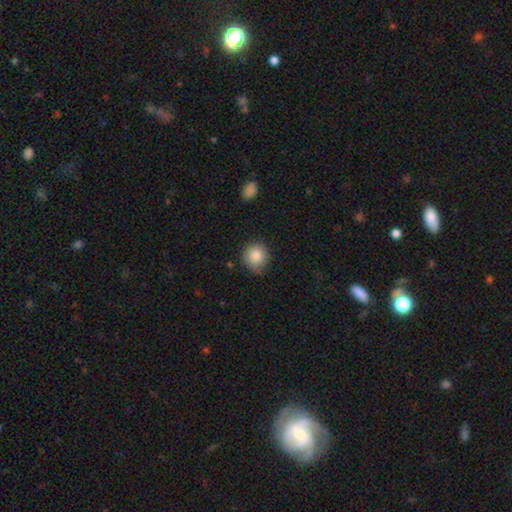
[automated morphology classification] The model was most divided on "merging": none: 74%, minor disturbance: 21%, major disturbance: 4%, merger: 2%. More confident: how rounded — round (87%); smooth or featured — smooth (85%).